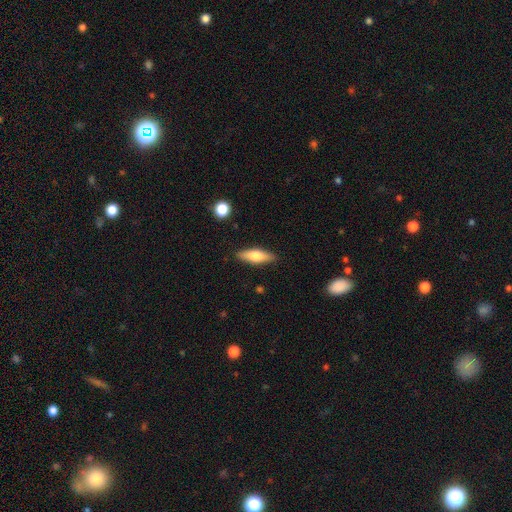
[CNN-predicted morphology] smooth-or-featured: smooth: 62% | featured or disk: 32% | star or artifact: 6%
  how-rounded: in between: 53% | cigar-shaped: 44% | round: 3%
  merging: none: 87% | minor disturbance: 9% | major disturbance: 2% | merger: 1%